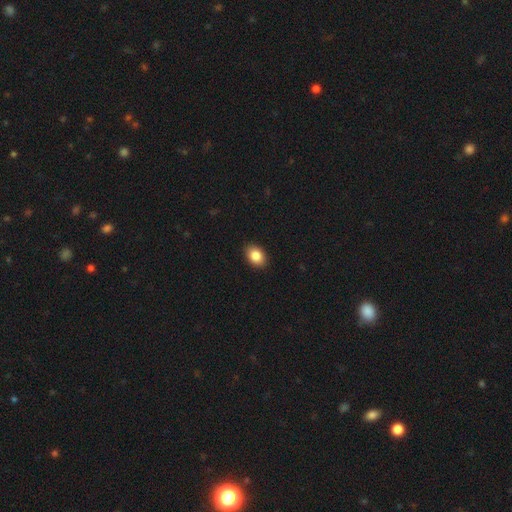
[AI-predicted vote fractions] Smooth or featured? Predicted: smooth (p=0.86). How rounded? Predicted: in between (p=0.79). Merging? Predicted: none (p=0.90).